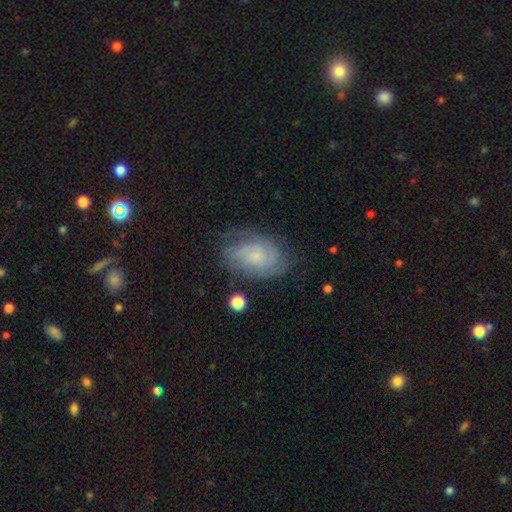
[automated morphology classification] featured or disk 60%, smooth 31%, star or artifact 9%. Down the decision tree: edge-on disk — no (96%); bar — no (73%); spiral arms — yes (88%); spiral arm count — can't tell (45%); spiral winding — tight (54%); bulge size — small (64%); merging — none (69%).